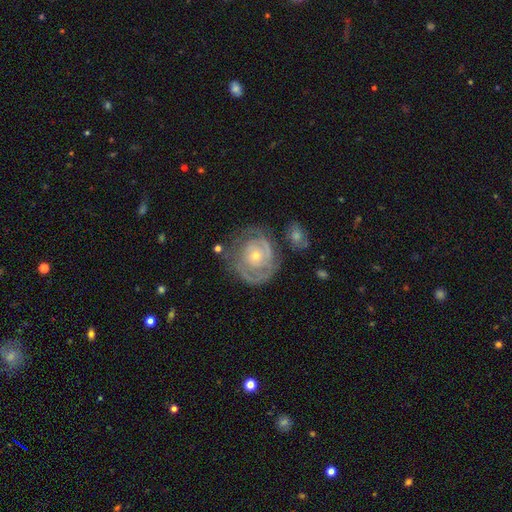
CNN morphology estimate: The model was most divided on "spiral arm count": can't tell: 40%, 2: 30%, 3: 12%, 1: 11%, 4: 4%, more than 4: 3%. More confident: edge-on disk — no (97%); bar — no (82%); spiral arms — yes (77%); smooth or featured — featured or disk (77%); spiral winding — tight (70%); bulge size — small (62%); merging — none (62%).